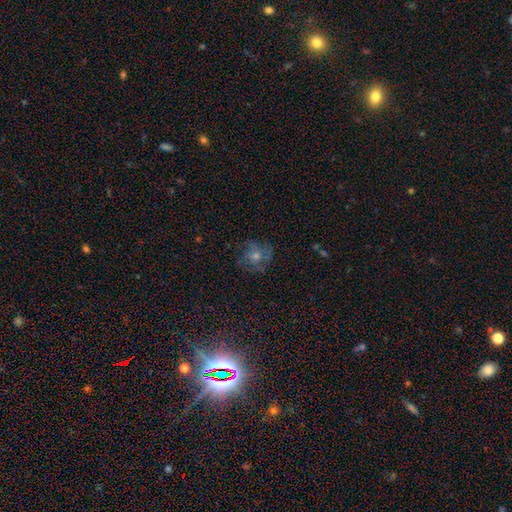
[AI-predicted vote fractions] Smooth or featured: featured or disk — 52% (star or artifact — 27%)
Edge-on disk: no — 96% (yes — 4%)
Bar: no — 79% (weak — 17%)
Spiral arms: yes — 84% (no — 16%)
Bulge size: moderate — 56% (small — 32%)
Merging: none — 74% (minor disturbance — 15%)